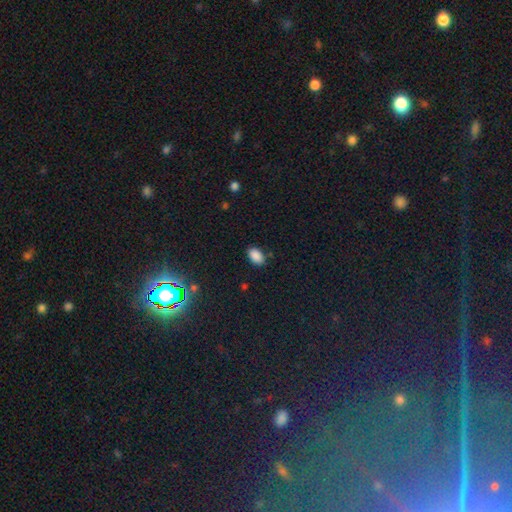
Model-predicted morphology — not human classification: Smooth or featured? smooth (87%)
How rounded? in between (90%)
Merging? none (84%)